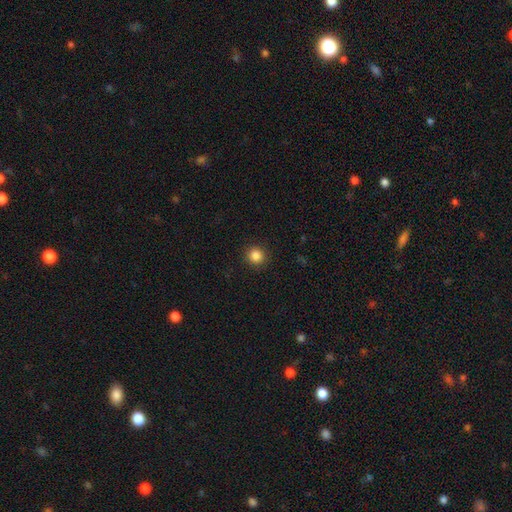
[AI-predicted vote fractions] This appears to be a smooth galaxy with no disk features (85%) that is round (93%). Merging: none (92%).